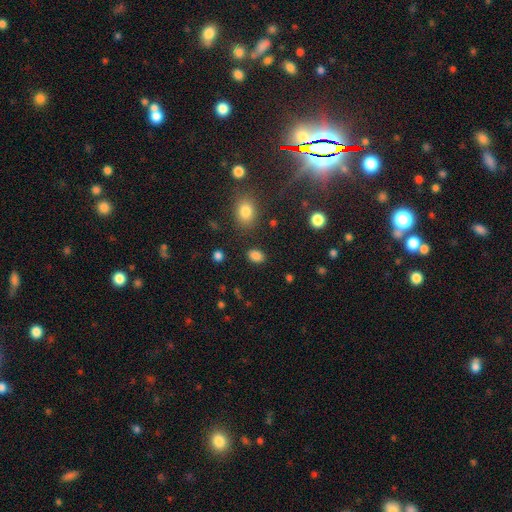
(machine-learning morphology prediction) Smooth or featured? smooth (85%)
How rounded? in between (77%)
Merging? none (85%)